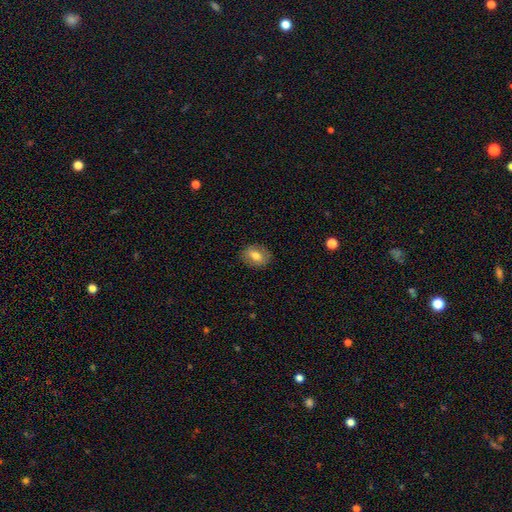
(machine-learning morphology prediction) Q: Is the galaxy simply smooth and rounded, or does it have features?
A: smooth — 68%.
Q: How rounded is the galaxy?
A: in between — 63%.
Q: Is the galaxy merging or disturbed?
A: none — 86%.